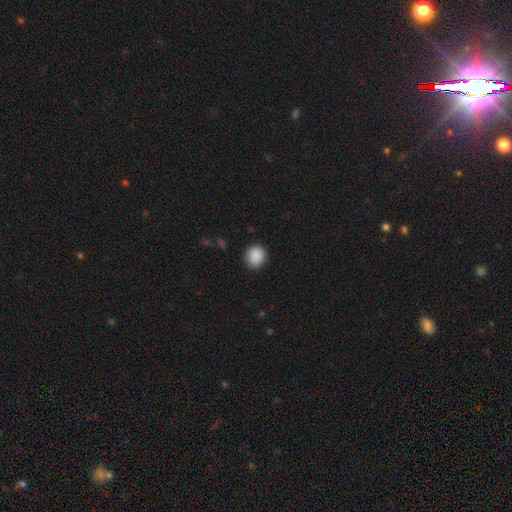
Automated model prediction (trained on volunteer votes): Overall: smooth (89%). How rounded: round (83%). Merging: none (88%).